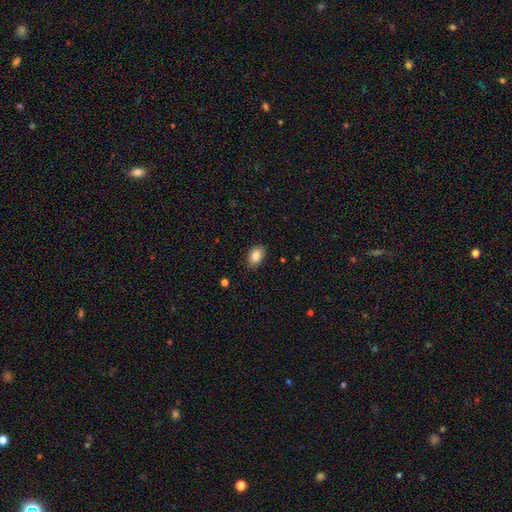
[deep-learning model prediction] smooth-or-featured: smooth: 86% | star or artifact: 8% | featured or disk: 6%
  how-rounded: in between: 87% | round: 11% | cigar-shaped: 1%
  merging: none: 87% | minor disturbance: 10% | major disturbance: 2% | merger: 1%